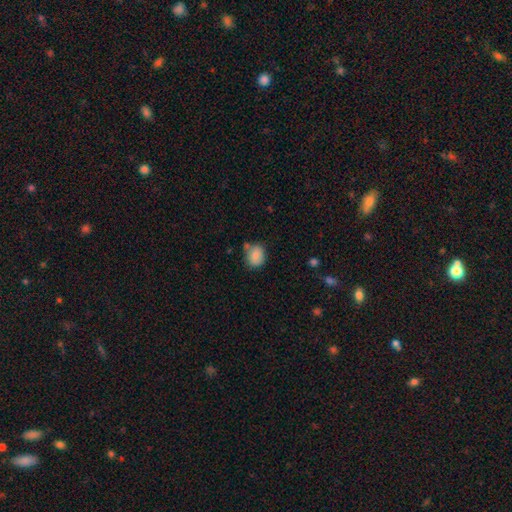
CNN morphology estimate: A smooth galaxy with no disk features (83%) that is round (62%). Merging: none (67%).